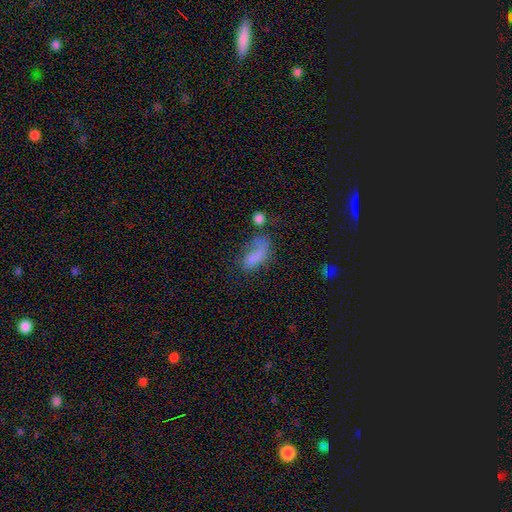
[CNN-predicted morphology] Smooth or featured? smooth (69%)
How rounded? in between (85%)
Merging? major disturbance (35%)